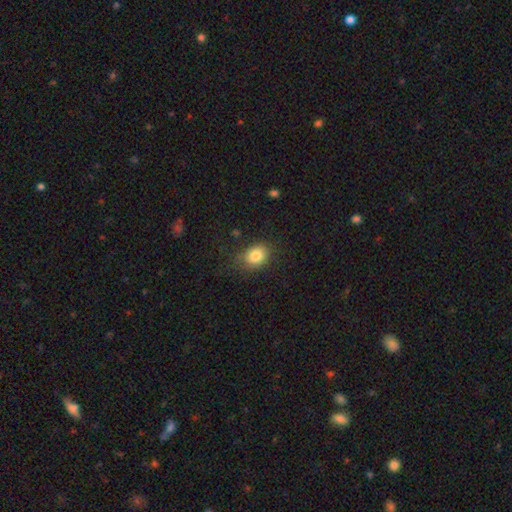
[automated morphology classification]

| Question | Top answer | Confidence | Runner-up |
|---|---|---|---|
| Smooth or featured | smooth | 83% | star or artifact (9%) |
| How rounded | in between | 59% | round (40%) |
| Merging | none | 77% | minor disturbance (16%) |